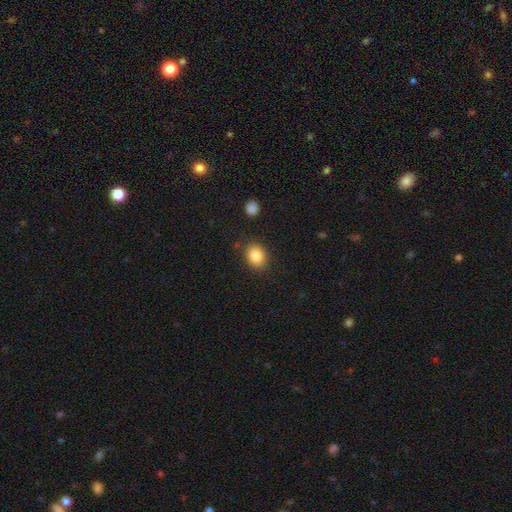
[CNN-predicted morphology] smooth_or_featured: smooth (p=0.85) [alt: star or artifact p=0.09]
how_rounded: in between (p=0.52) [alt: round p=0.48]
merging: none (p=0.84) [alt: minor disturbance p=0.11]